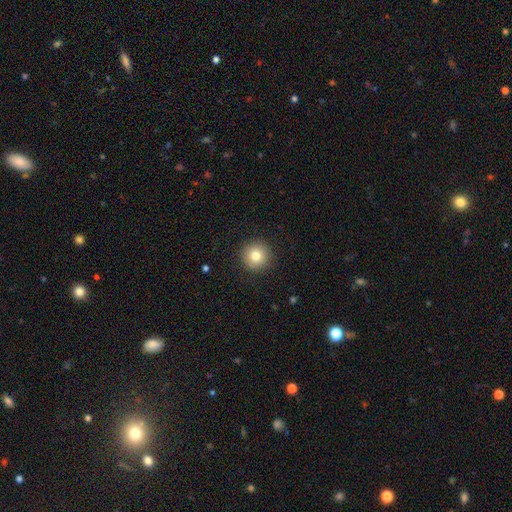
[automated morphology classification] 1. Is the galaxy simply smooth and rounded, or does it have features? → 80% smooth, 11% star or artifact, 10% featured or disk.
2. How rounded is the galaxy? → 96% round, 4% in between, 1% cigar-shaped.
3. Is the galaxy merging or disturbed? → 91% none, 6% minor disturbance, 2% major disturbance, 1% merger.